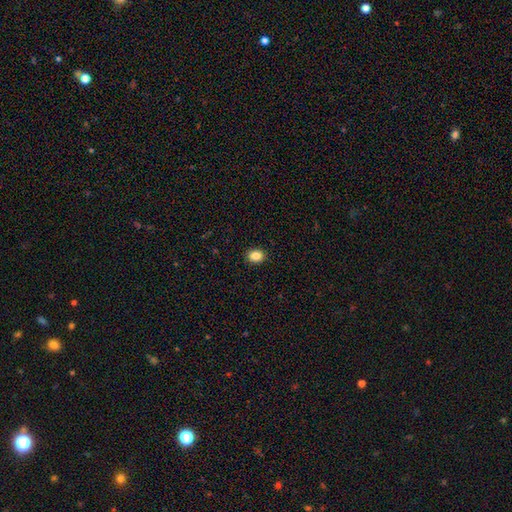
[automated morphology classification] Smooth or featured? smooth (86%)
How rounded? in between (51%)
Merging? none (90%)